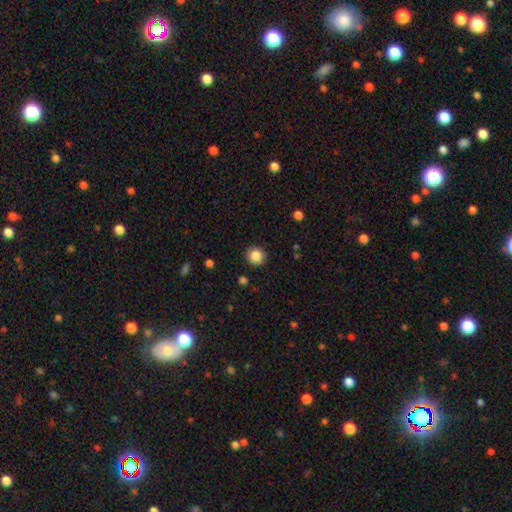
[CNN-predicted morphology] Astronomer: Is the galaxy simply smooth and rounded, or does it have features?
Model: smooth — 85%.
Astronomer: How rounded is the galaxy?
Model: round — 91%.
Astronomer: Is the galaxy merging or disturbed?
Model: none — 90%.